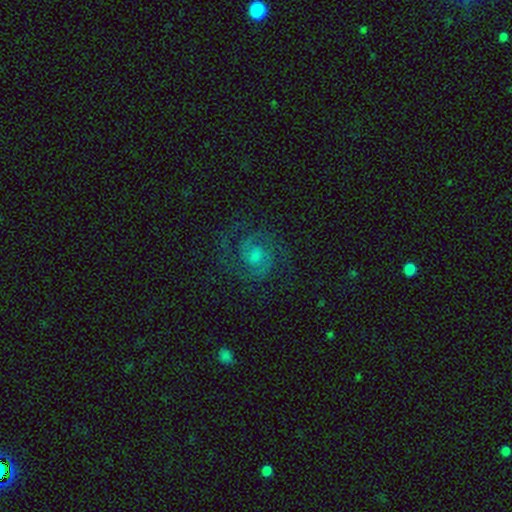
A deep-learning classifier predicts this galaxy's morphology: Smooth or featured? featured or disk (83%)
Edge-on disk? no (98%)
Bar? no (50%)
Spiral arms? yes (97%)
Spiral winding? medium (52%)
Spiral arm count? 2 (86%)
Bulge size? moderate (40%)
Merging? none (76%)